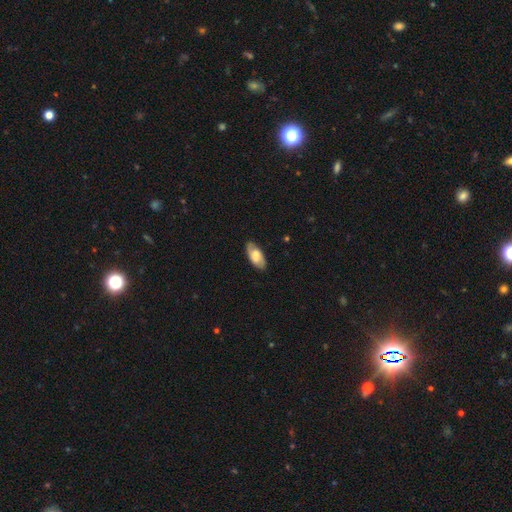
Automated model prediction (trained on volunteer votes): Smooth or featured? Predicted: smooth (p=0.59). How rounded? Predicted: in between (p=0.89). Merging? Predicted: none (p=0.84).